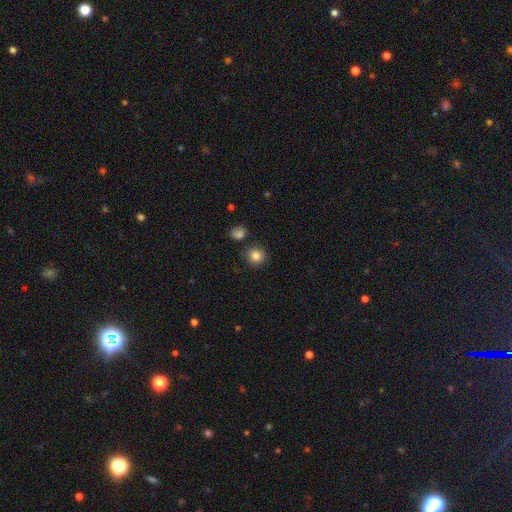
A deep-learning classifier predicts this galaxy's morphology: Smooth or featured: smooth — 84% (star or artifact — 11%)
How rounded: round — 91% (in between — 8%)
Merging: none — 84% (minor disturbance — 8%)